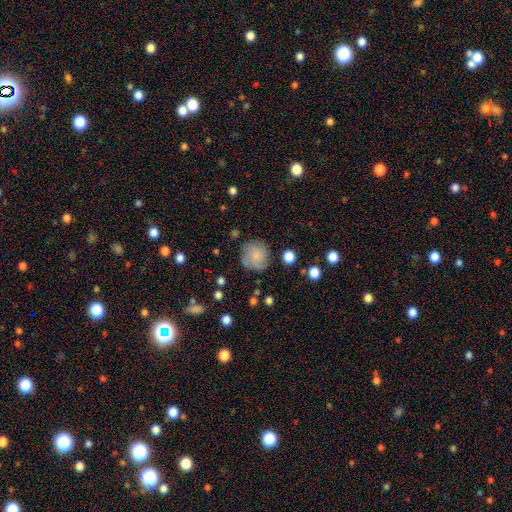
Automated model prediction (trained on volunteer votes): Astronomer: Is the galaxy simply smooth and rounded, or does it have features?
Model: smooth — 75%.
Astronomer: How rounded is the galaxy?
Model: round — 90%.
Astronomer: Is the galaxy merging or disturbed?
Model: none — 76%.